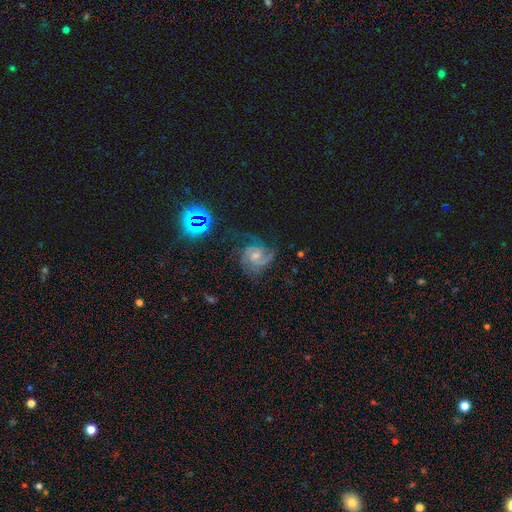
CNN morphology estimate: The model was most divided on "bar": no: 46%, weak: 45%, strong: 9%. Remaining: edge-on disk — no (98%); spiral arms — yes (96%); smooth or featured — featured or disk (82%); merging — none (53%); bulge size — small (49%); spiral winding — medium (46%); spiral arm count — 2 (46%).